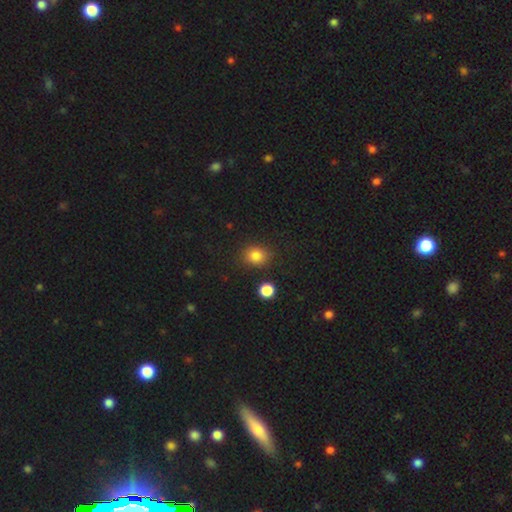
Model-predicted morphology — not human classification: Smooth or featured: smooth — 83% (star or artifact — 12%)
How rounded: round — 67% (in between — 32%)
Merging: none — 84% (minor disturbance — 10%)